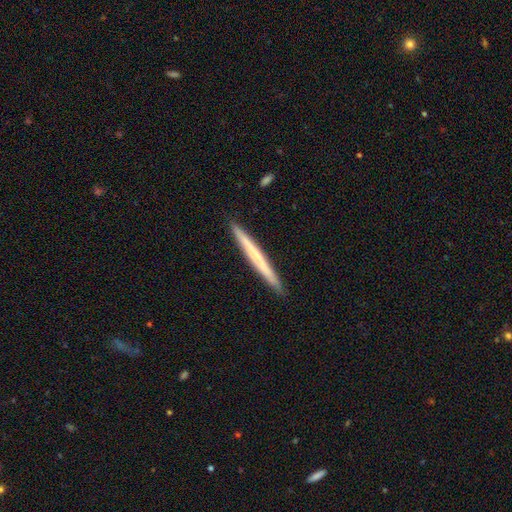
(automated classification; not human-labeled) smooth_or_featured: smooth (p=0.52) [alt: featured or disk p=0.43]
how_rounded: cigar-shaped (p=0.97) [alt: in between p=0.02]
merging: none (p=0.92) [alt: minor disturbance p=0.06]